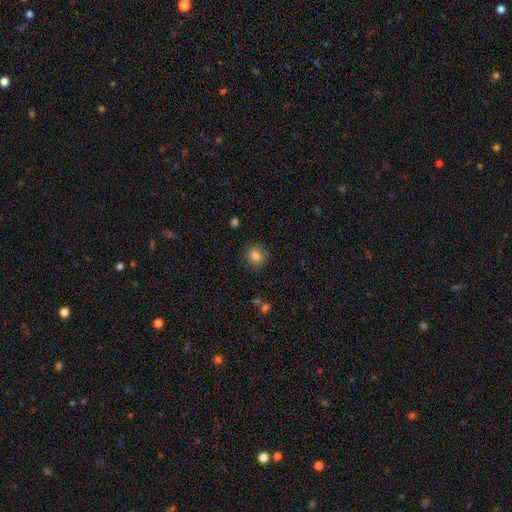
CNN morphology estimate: smooth 82%, star or artifact 10%, featured or disk 8%. Down the decision tree: how rounded — round (87%); merging — none (89%).